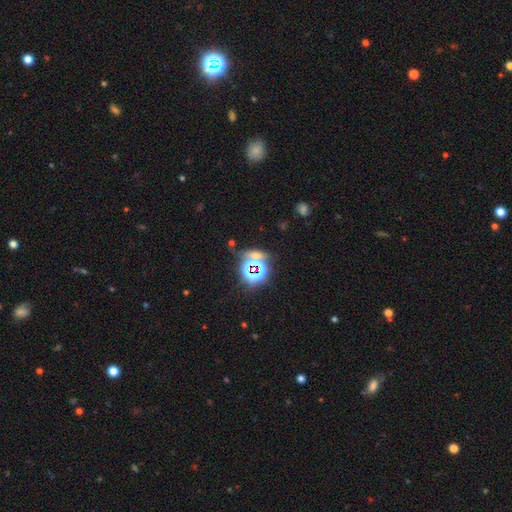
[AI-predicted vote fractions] A star or artifact, not a galaxy (67%).

Vote fractions:
- Smooth or featured? star or artifact: 67% / smooth: 23% / featured or disk: 11%